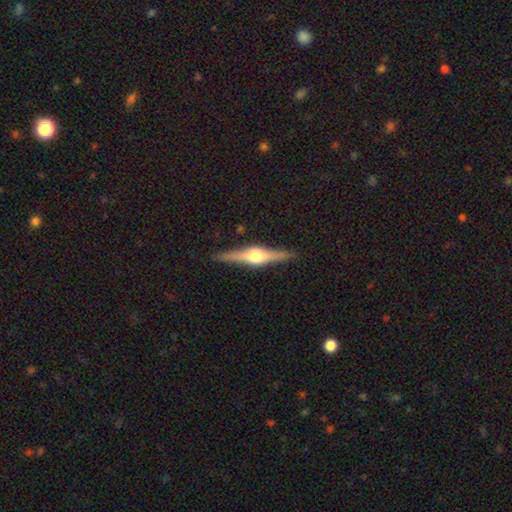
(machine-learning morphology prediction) featured or disk 79%, smooth 15%, star or artifact 5%. Down the decision tree: edge-on disk — yes (98%); edge-on bulge — rounded (93%); merging — none (90%).